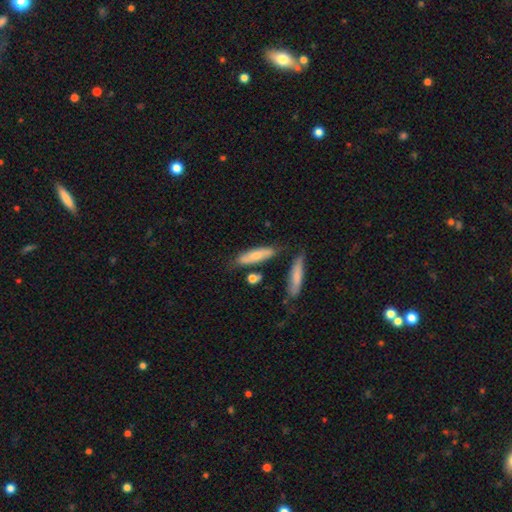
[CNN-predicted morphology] This appears to be a smooth galaxy with no disk features (66%) that is cigar-shaped (64%). Merging: none (70%).